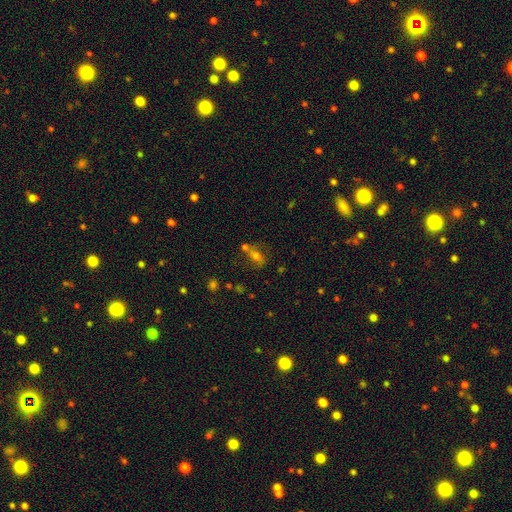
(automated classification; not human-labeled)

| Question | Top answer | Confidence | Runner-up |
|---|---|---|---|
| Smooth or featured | smooth | 59% | featured or disk (23%) |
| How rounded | in between | 72% | round (19%) |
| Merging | none | 41% | merger (33%) |